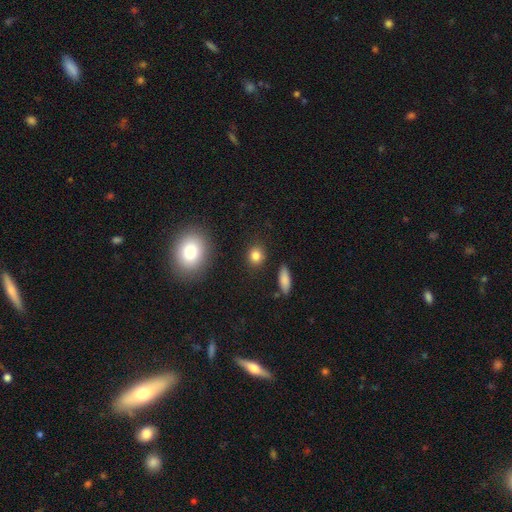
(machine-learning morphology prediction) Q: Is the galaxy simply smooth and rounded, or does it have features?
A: smooth — 83%.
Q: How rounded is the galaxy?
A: round — 69%.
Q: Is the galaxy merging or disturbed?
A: none — 86%.